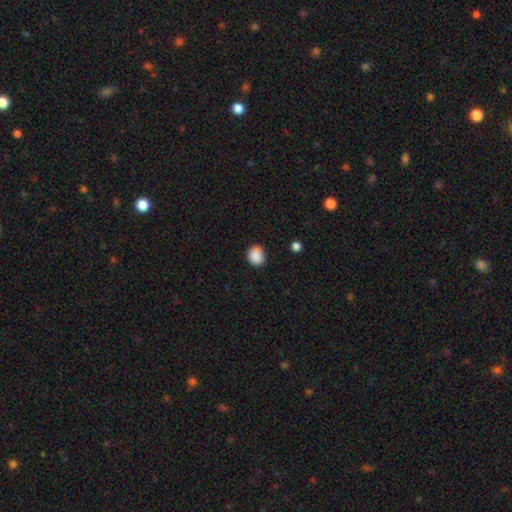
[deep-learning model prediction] This is clearly a smooth galaxy (88%). How rounded: likely round (61%). Merging: likely none (80%).